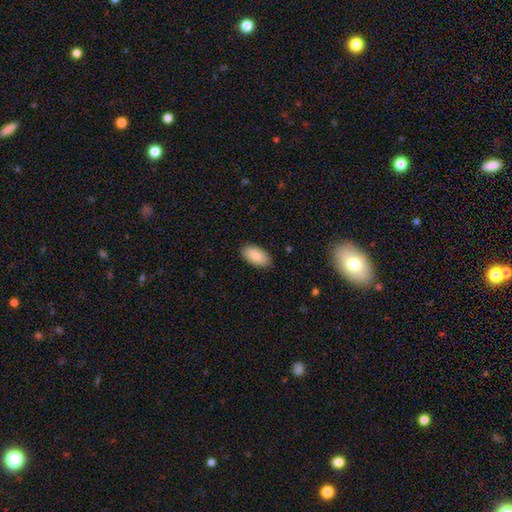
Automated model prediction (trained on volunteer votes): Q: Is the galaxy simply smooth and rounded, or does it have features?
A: smooth — 87%.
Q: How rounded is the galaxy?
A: in between — 95%.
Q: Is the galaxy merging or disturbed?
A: none — 86%.